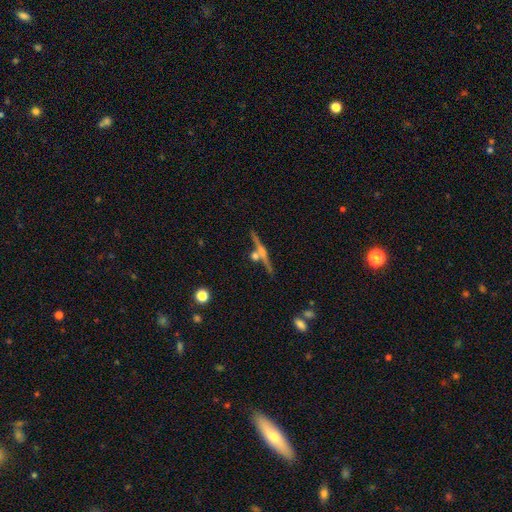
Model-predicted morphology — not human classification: Overall: featured or disk (71%). Edge-on disk: yes (96%). Edge-on bulge: rounded (77%). Merging: none (73%).